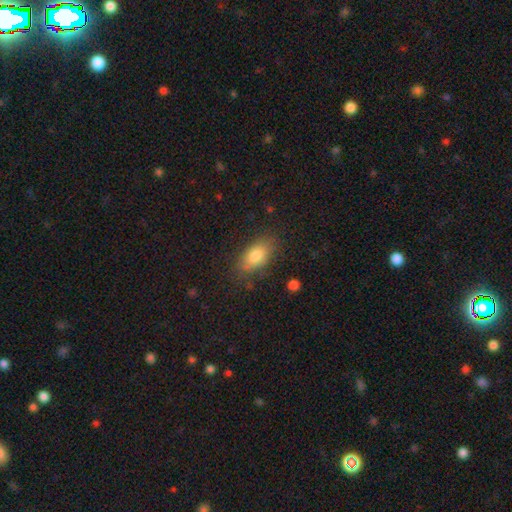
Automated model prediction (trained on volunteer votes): Morphology: type=smooth (81%); roundness=in between (88%); merging=none (78%).